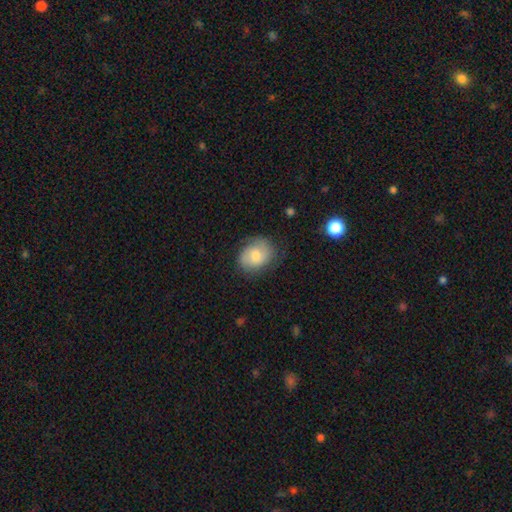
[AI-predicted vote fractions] A smooth galaxy with no disk features (63%) that is round (50%).

Vote fractions:
- Smooth or featured? smooth: 63% / featured or disk: 30% / star or artifact: 8%
- How rounded? round: 50% / in between: 49% / cigar-shaped: 1%
- Merging? none: 70% / minor disturbance: 22% / major disturbance: 7% / merger: 1%